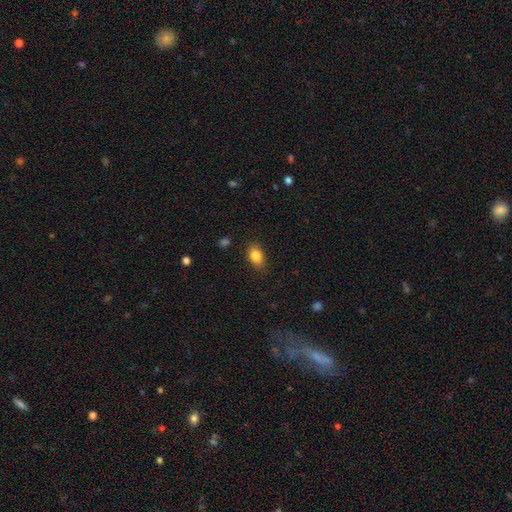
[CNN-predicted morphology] Q: Smooth or featured?
A: smooth (85%); runner-up: star or artifact (8%)
Q: How rounded?
A: in between (83%); runner-up: round (15%)
Q: Merging?
A: none (84%); runner-up: minor disturbance (12%)